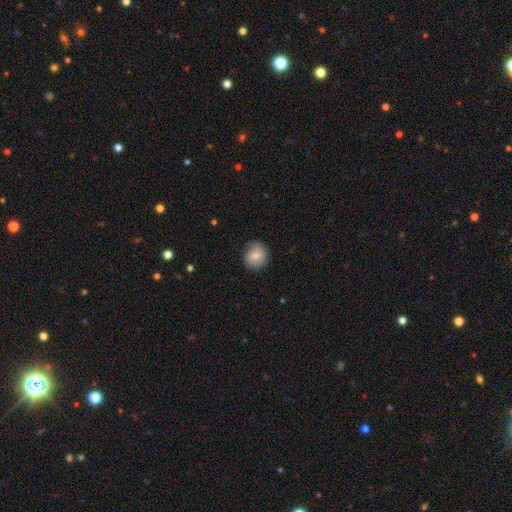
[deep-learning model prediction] This appears to be a smooth galaxy with no disk features (79%) that is round (80%). Merging: none (82%).